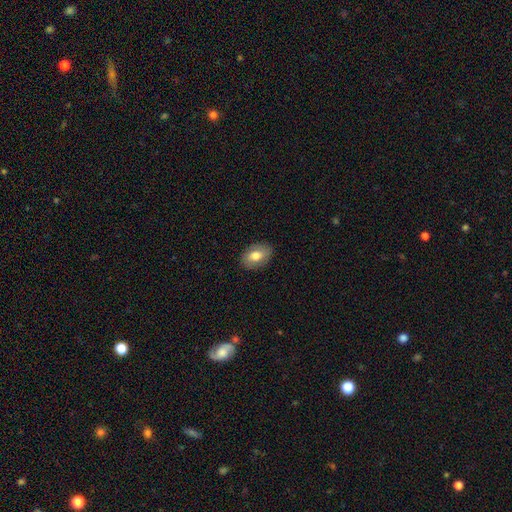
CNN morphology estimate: smooth 71%, featured or disk 22%, star or artifact 7%. Down the decision tree: how rounded — in between (84%); merging — none (86%).